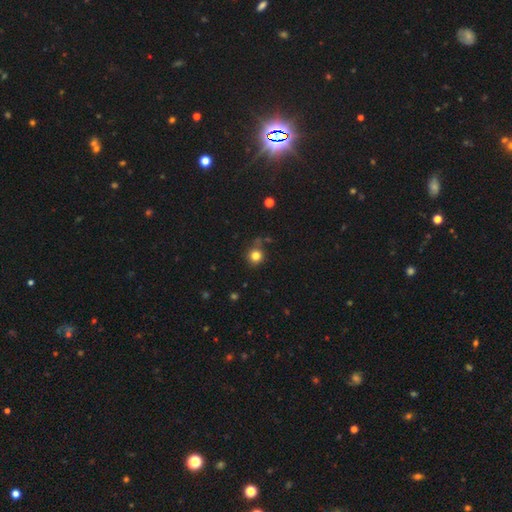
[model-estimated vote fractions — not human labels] This appears to be a smooth galaxy with no disk features (80%) that is round (91%). Merging: none (76%).